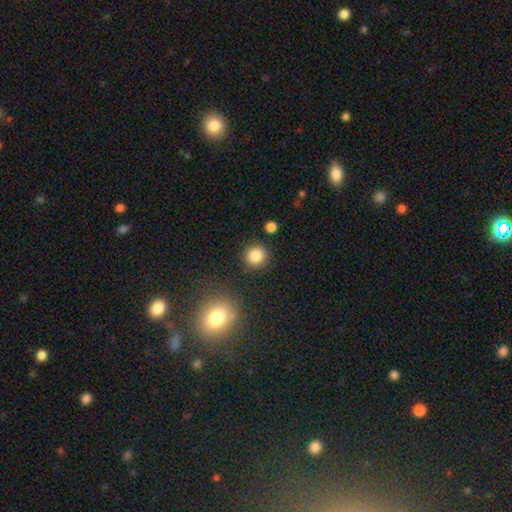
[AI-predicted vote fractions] Morphology: type=smooth (84%); roundness=round (91%); merging=none (88%).